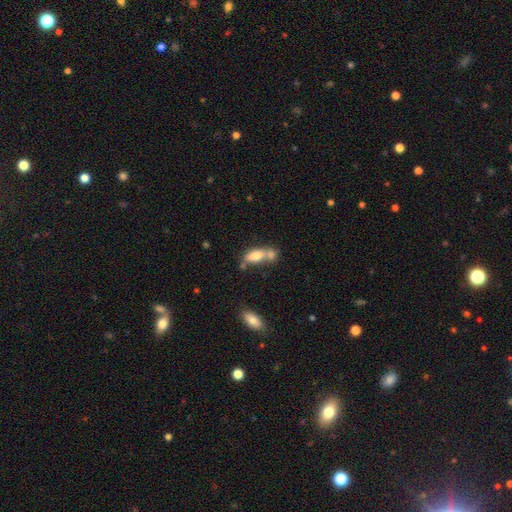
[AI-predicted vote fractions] Smooth or featured? Predicted: smooth (p=0.75). How rounded? Predicted: in between (p=0.77). Merging? Predicted: merger (p=0.53).